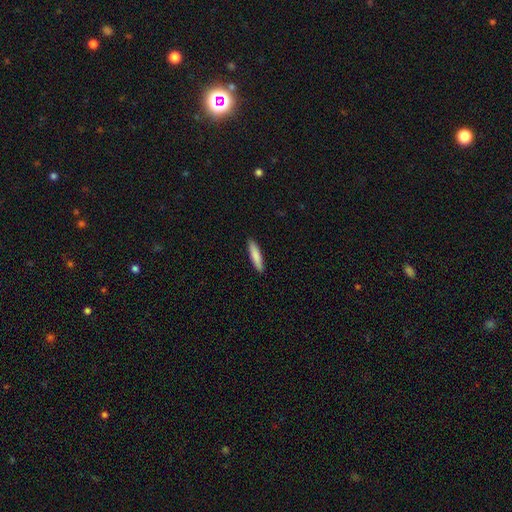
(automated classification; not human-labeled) Smooth or featured? smooth (84%)
How rounded? cigar-shaped (84%)
Merging? none (91%)